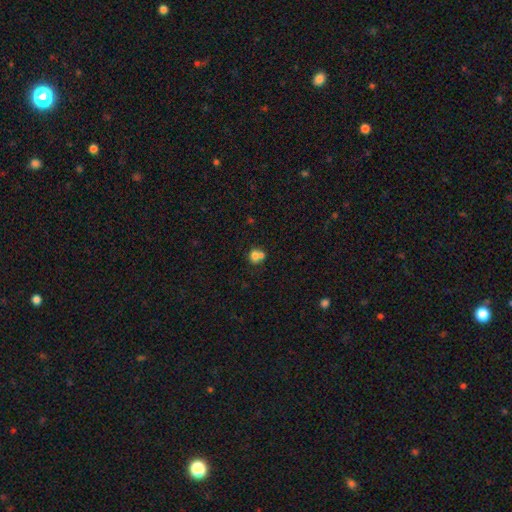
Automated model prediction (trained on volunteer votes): smooth-or-featured: smooth: 73% | featured or disk: 15% | star or artifact: 12%
  how-rounded: round: 76% | in between: 23% | cigar-shaped: 1%
  merging: merger: 53% | none: 35% | minor disturbance: 8% | major disturbance: 3%